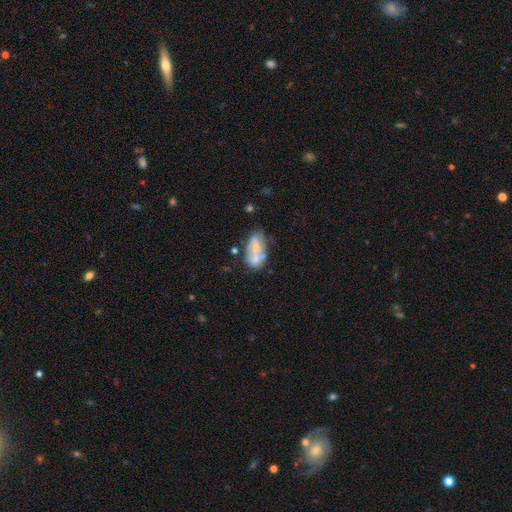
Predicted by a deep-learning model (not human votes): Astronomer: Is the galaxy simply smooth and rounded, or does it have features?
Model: smooth — 51% (runner-up: featured or disk, 40%).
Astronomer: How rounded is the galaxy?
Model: in between — 89%.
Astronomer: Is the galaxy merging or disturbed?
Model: none — 35% (runner-up: merger, 32%).